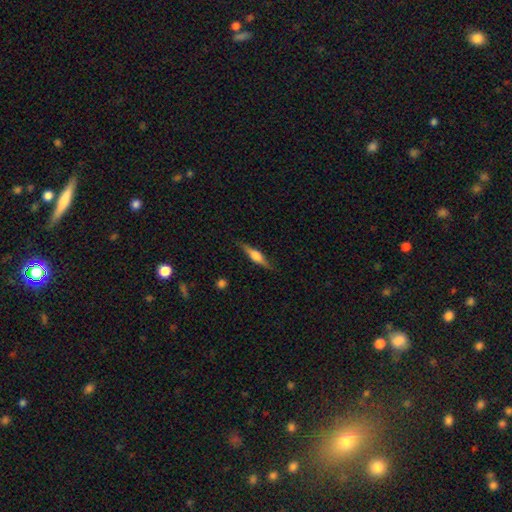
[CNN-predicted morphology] This appears to be a featured or disk galaxy (66%) viewed edge-on (97%) with a rounded central bulge (87%). Merging: none (87%).